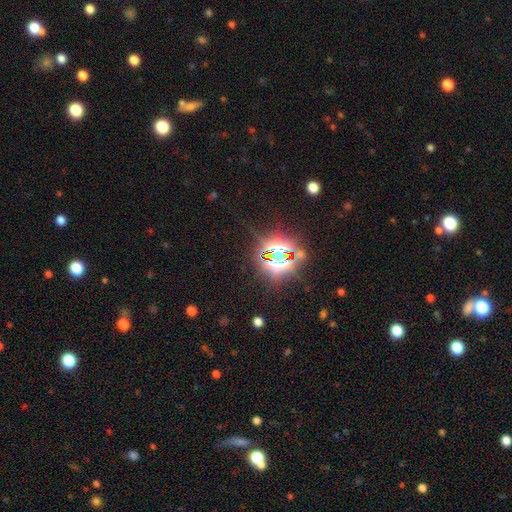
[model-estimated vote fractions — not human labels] Overall: star or artifact (78%).